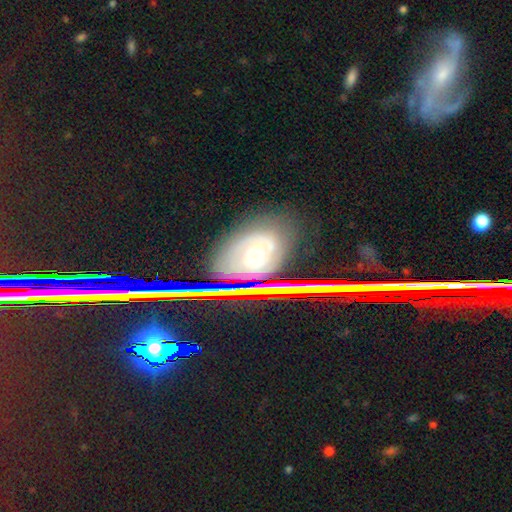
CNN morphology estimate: A featured or disk galaxy (60%) with no bar (53%), spiral arms (73%) and a moderate central bulge (65%). Merging: none (71%).